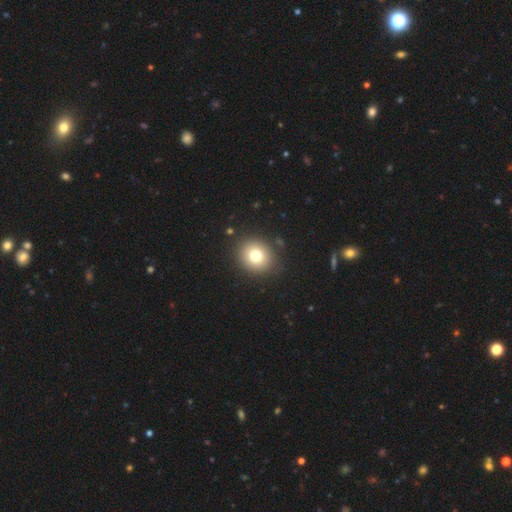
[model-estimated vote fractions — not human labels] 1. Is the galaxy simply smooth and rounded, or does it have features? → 76% smooth, 12% star or artifact, 12% featured or disk.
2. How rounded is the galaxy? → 81% round, 18% in between, 1% cigar-shaped.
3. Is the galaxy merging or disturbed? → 89% none, 7% minor disturbance, 3% major disturbance, 2% merger.